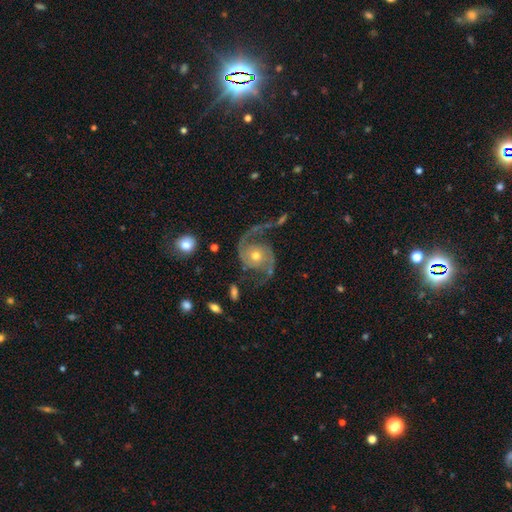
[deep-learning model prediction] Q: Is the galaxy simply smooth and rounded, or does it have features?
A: featured or disk — 91%.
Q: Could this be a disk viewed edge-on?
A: no — 98%.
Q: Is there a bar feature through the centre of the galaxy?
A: no — 72%.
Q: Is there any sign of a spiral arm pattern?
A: yes — 98%.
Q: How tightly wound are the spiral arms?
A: medium — 48%.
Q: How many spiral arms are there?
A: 2 — 94%.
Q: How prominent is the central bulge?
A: moderate — 61%.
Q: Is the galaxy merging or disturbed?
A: none — 68%.